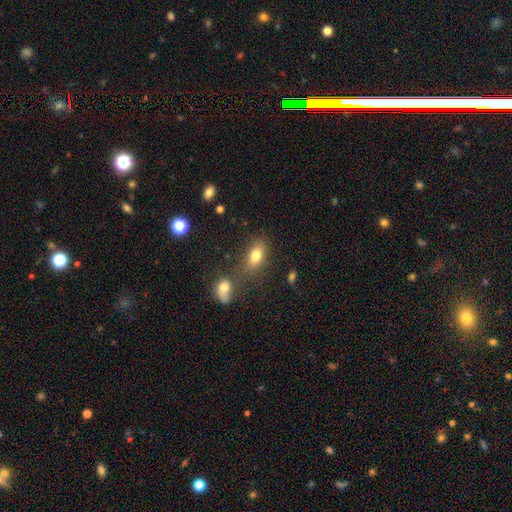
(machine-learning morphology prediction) This appears to be a smooth galaxy with no disk features (77%) that is in between round and cigar-shaped (84%). Merging: none (61%).